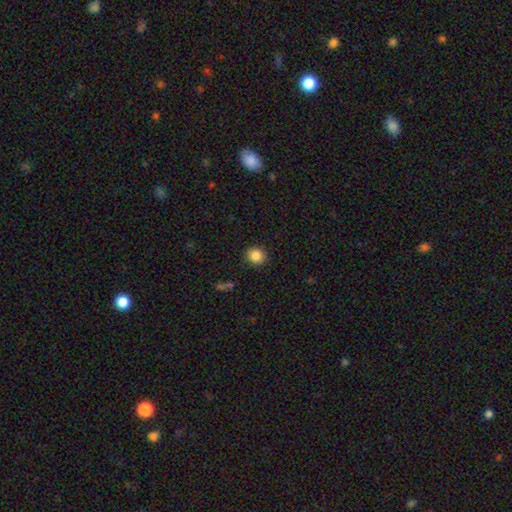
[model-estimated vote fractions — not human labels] smooth-or-featured: smooth: 85% | star or artifact: 10% | featured or disk: 5%
  how-rounded: round: 85% | in between: 14% | cigar-shaped: 1%
  merging: none: 89% | minor disturbance: 7% | major disturbance: 2% | merger: 1%